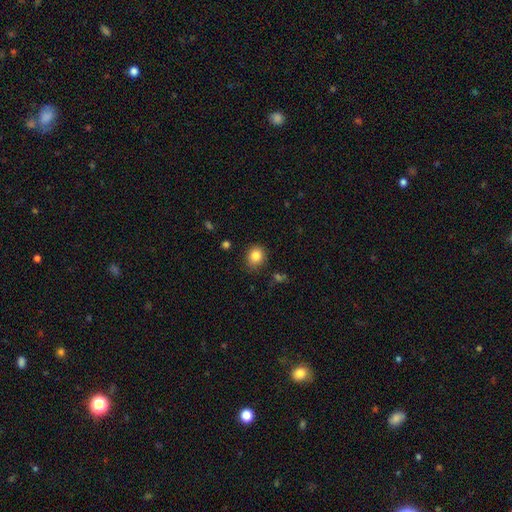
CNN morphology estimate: type=smooth (83%); roundness=round (75%); merging=none (84%).